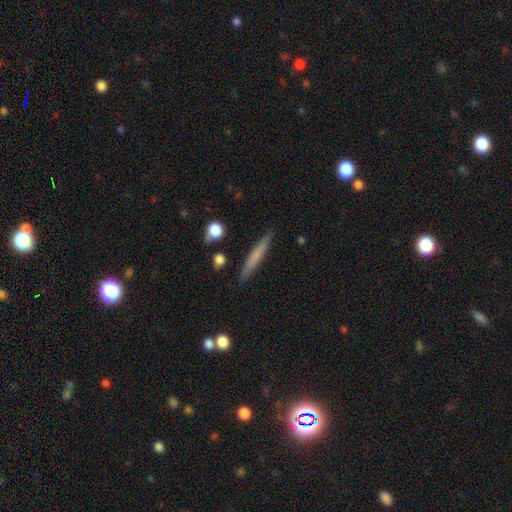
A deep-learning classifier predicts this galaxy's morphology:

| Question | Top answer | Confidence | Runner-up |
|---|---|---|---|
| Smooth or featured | smooth | 63% | featured or disk (31%) |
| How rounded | cigar-shaped | 94% | in between (4%) |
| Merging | none | 88% | minor disturbance (8%) |